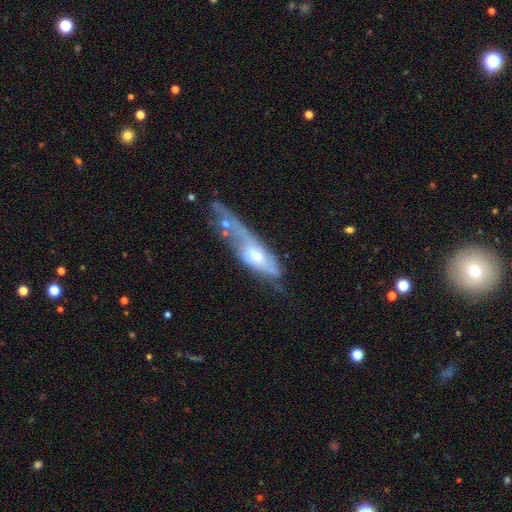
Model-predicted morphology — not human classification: Smooth or featured: featured or disk — 62% (smooth — 31%)
Edge-on disk: no — 67% (yes — 33%)
Merging: major disturbance — 29% (tied with none — 29%)